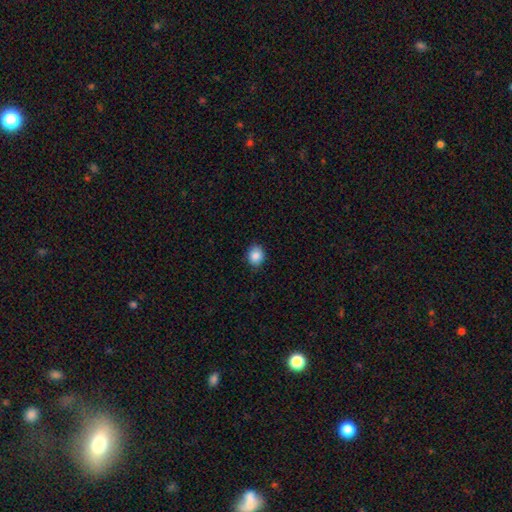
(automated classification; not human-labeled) Q: Smooth or featured?
A: smooth (87%); runner-up: star or artifact (9%)
Q: How rounded?
A: round (66%); runner-up: in between (33%)
Q: Merging?
A: none (86%); runner-up: minor disturbance (11%)